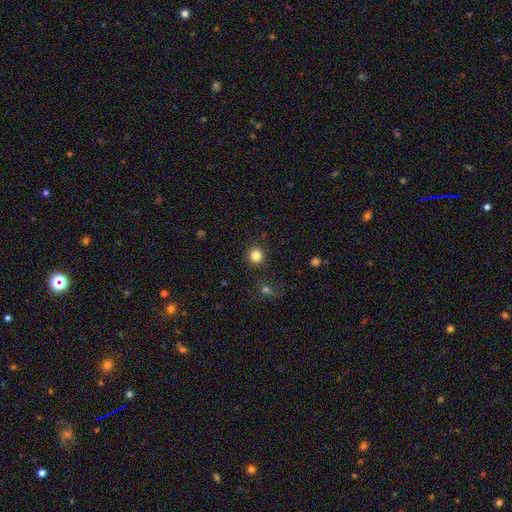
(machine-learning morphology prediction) Q: Smooth or featured?
A: smooth (83%); runner-up: star or artifact (12%)
Q: How rounded?
A: round (87%); runner-up: in between (12%)
Q: Merging?
A: none (87%); runner-up: minor disturbance (7%)